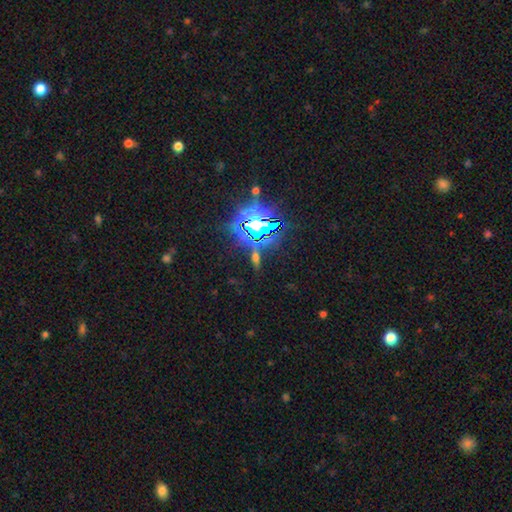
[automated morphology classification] This is likely a star or artifact rather than a galaxy (78%).